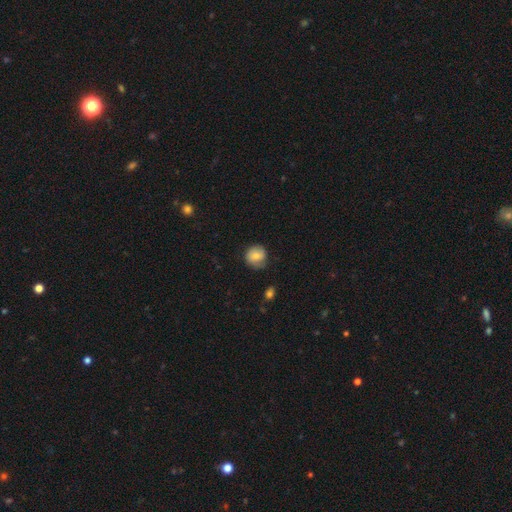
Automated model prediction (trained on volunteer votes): A smooth galaxy with no disk features (75%) that is round (85%). Merging: none (67%).